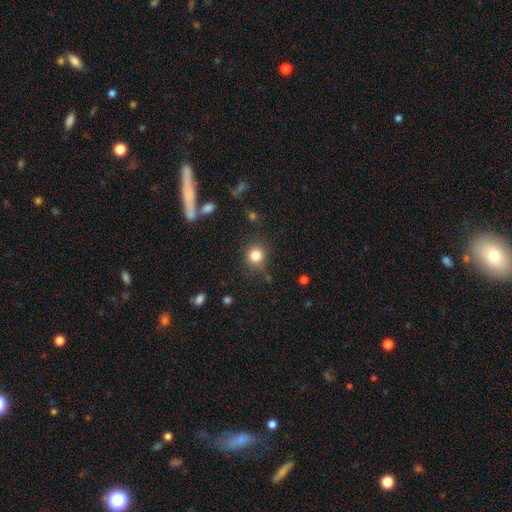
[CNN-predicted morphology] Q: Smooth or featured?
A: smooth (83%); runner-up: star or artifact (11%)
Q: How rounded?
A: round (85%); runner-up: in between (14%)
Q: Merging?
A: none (81%); runner-up: minor disturbance (12%)